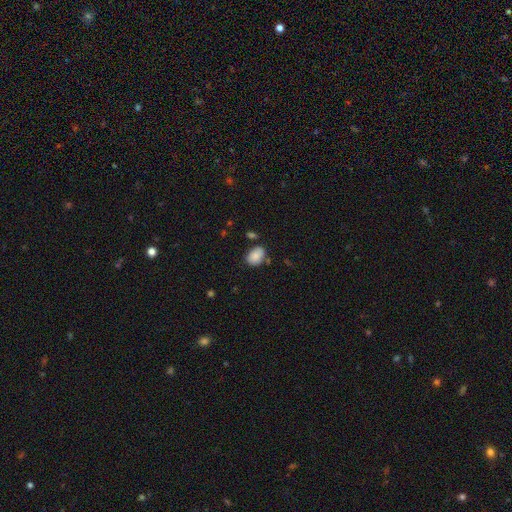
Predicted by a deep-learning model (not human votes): Morphology: type=smooth (86%); roundness=in between (80%); merging=none (71%).